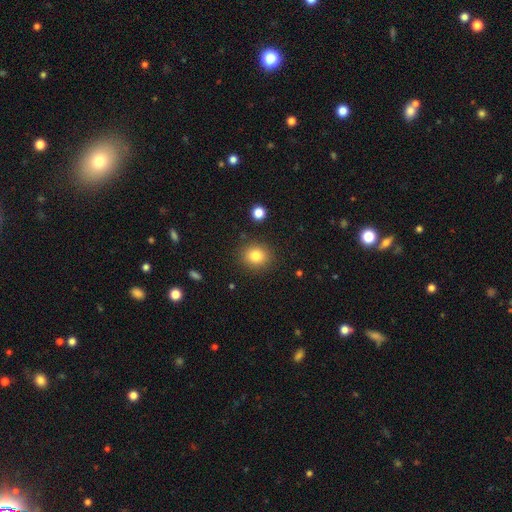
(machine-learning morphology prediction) A smooth galaxy with no disk features (82%) that is round (76%).

Vote fractions:
- Smooth or featured? smooth: 82% / star or artifact: 11% / featured or disk: 7%
- How rounded? round: 76% / in between: 23% / cigar-shaped: 1%
- Merging? none: 87% / minor disturbance: 8% / major disturbance: 3% / merger: 2%